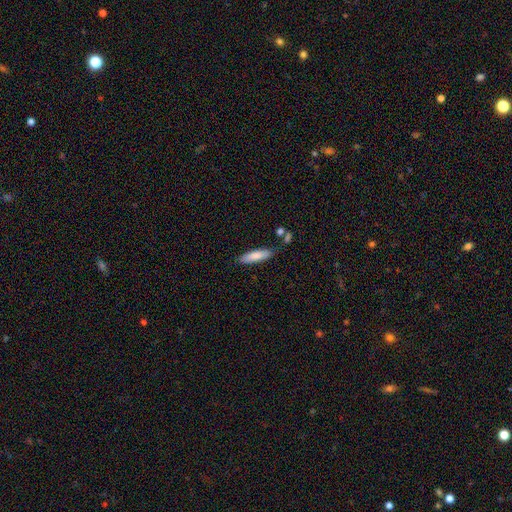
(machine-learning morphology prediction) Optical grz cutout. It shows a smooth galaxy with no disk features (81%) that is cigar-shaped (72%). Merging: none (79%).